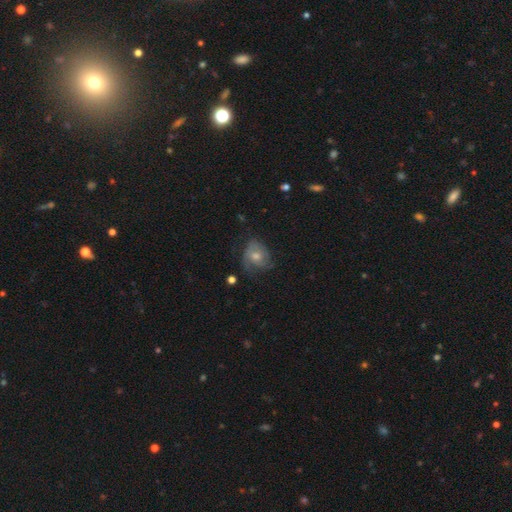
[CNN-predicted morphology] The model was most divided on "smooth or featured": featured or disk: 49%, smooth: 42%, star or artifact: 8%. Remaining: merging — none (46%).